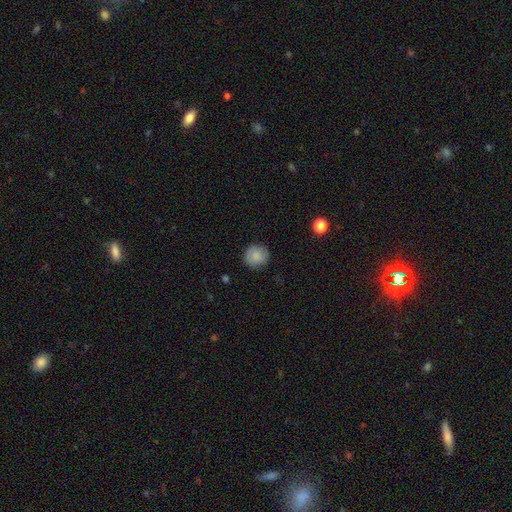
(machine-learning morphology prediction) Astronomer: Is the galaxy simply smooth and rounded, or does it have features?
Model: smooth — 86%.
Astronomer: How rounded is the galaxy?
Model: round — 92%.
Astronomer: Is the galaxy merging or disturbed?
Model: none — 88%.